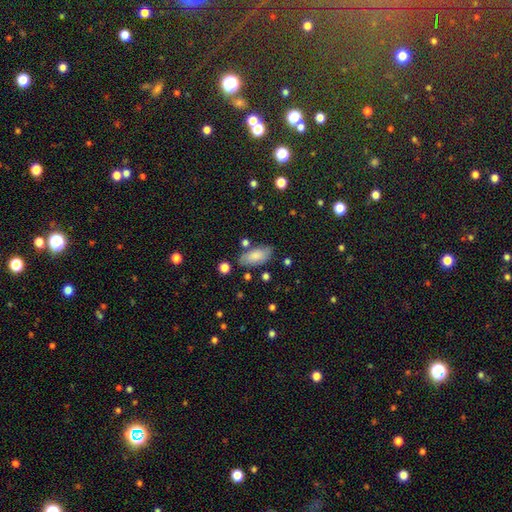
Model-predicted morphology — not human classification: Overall: smooth (79%). How rounded: in between (91%). Merging: none (74%).